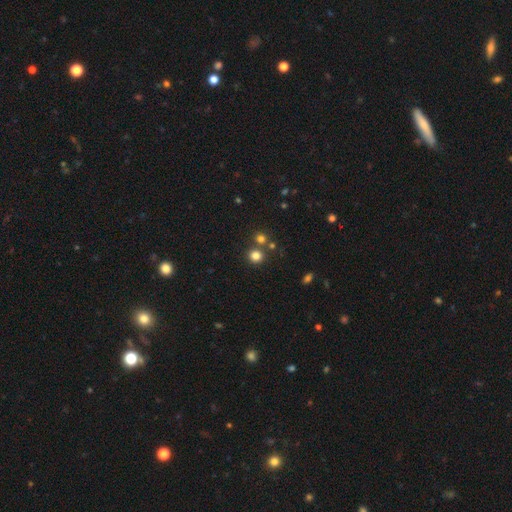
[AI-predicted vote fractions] The model was most divided on "merging": none: 75%, merger: 16%, minor disturbance: 7%, major disturbance: 3%. More confident: how rounded — round (90%); smooth or featured — smooth (79%).